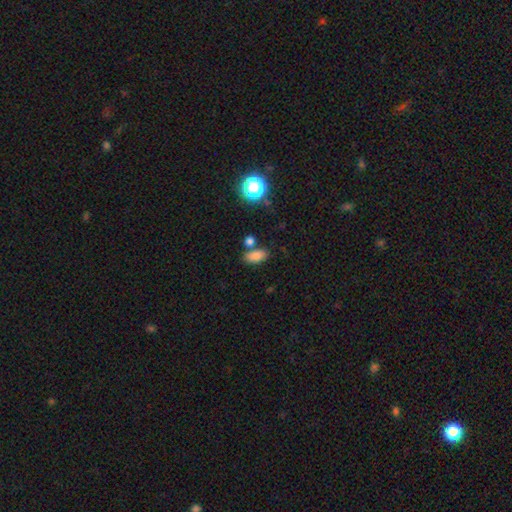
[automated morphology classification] Smooth or featured? Predicted: smooth (p=0.82). How rounded? Predicted: in between (p=0.87). Merging? Predicted: none (p=0.69).